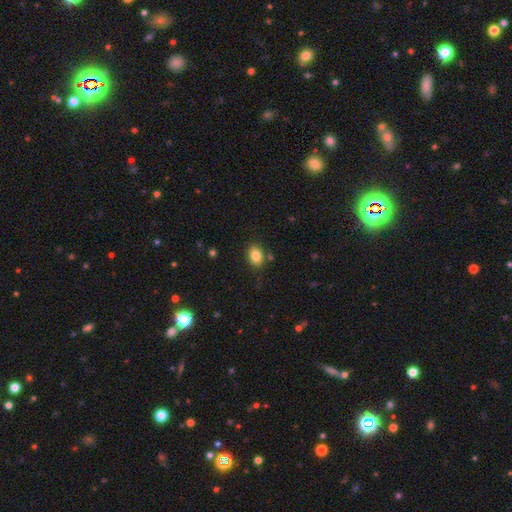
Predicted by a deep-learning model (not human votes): Overall: smooth (84%). How rounded: in between (76%). Merging: none (80%).